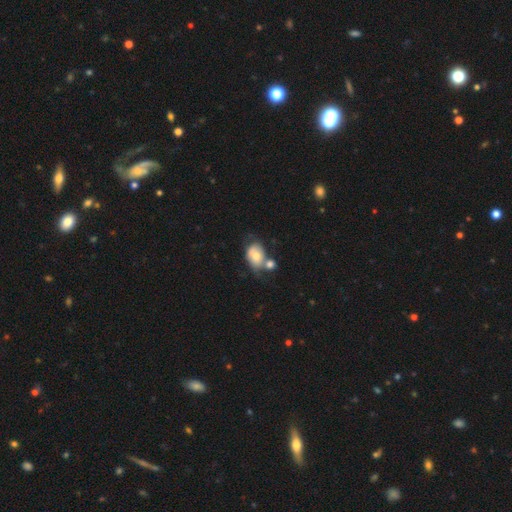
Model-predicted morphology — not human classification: smooth-or-featured: smooth: 62% | featured or disk: 30% | star or artifact: 8%
  how-rounded: in between: 74% | round: 25% | cigar-shaped: 1%
  merging: merger: 42% | none: 28% | minor disturbance: 19% | major disturbance: 11%